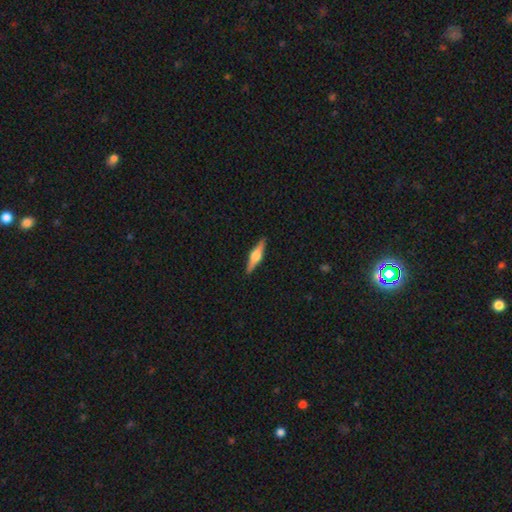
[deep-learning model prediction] featured or disk 72%, smooth 23%, star or artifact 6%. Down the decision tree: edge-on disk — yes (98%); edge-on bulge — rounded (90%); merging — none (91%).